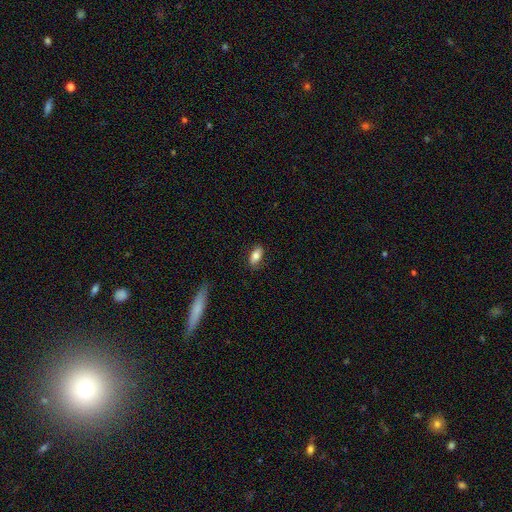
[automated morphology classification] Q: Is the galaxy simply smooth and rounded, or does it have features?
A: smooth — 79%.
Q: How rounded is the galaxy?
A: in between — 88%.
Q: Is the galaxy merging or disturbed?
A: none — 81%.